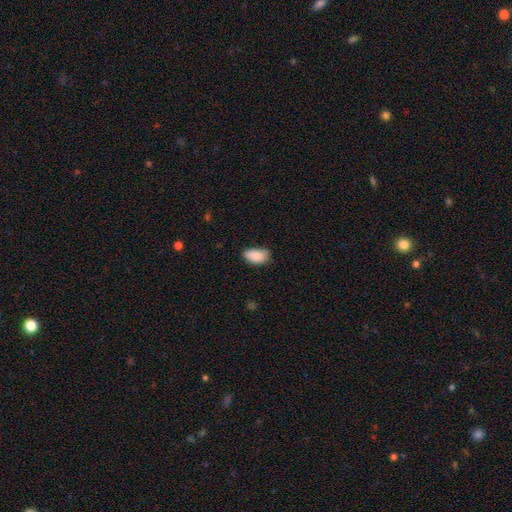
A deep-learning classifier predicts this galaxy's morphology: Smooth or featured?
  - smooth: 89% *
  - star or artifact: 7%
  - featured or disk: 4%
How rounded?
  - in between: 93% *
  - round: 5%
  - cigar-shaped: 2%
Merging?
  - none: 69% *
  - minor disturbance: 26%
  - major disturbance: 4%
  - merger: 1%